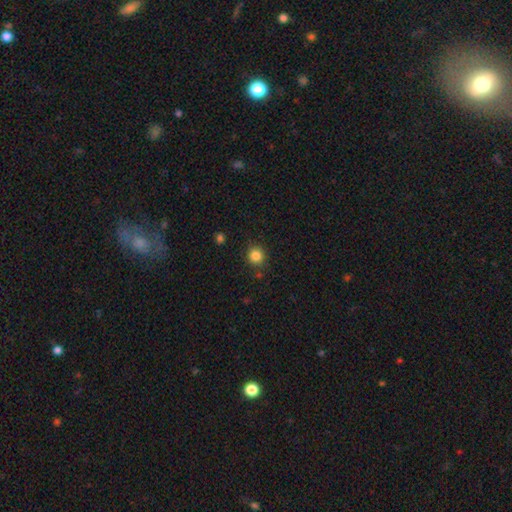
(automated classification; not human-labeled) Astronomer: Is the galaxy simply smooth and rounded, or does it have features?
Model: smooth — 84%.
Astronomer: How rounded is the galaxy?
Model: round — 90%.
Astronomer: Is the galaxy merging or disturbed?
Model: none — 86%.